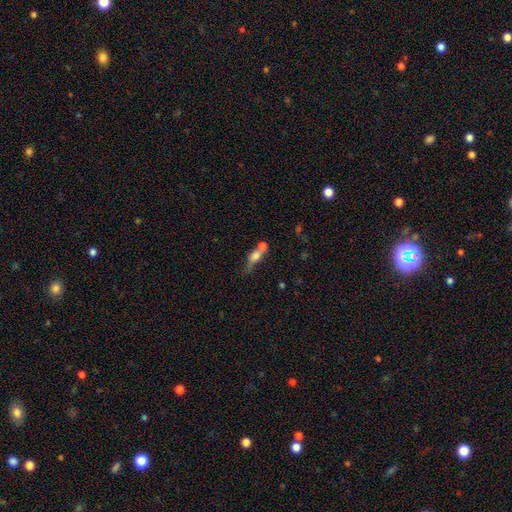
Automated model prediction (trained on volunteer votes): smooth 63%, featured or disk 26%, star or artifact 11%. Down the decision tree: how rounded — in between (50%); merging — merger (54%).